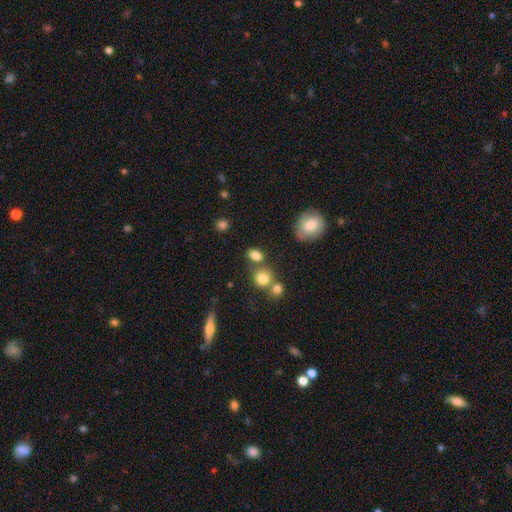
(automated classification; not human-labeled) Smooth or featured: smooth — 82% (star or artifact — 11%)
How rounded: in between — 58% (round — 40%)
Merging: none — 63% (merger — 18%)